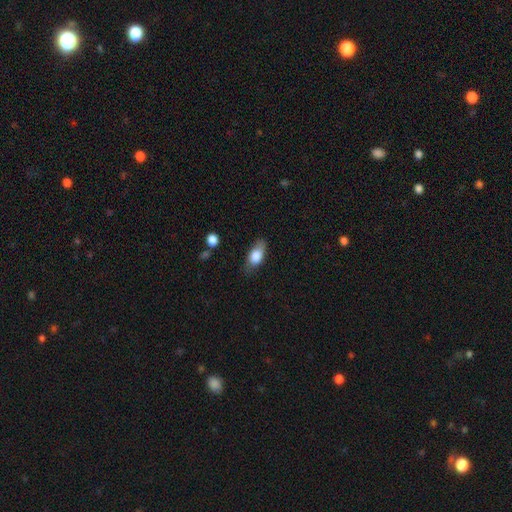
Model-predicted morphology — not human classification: Smooth or featured?
  - smooth: 75% *
  - featured or disk: 18%
  - star or artifact: 7%
How rounded?
  - in between: 83% *
  - cigar-shaped: 11%
  - round: 6%
Merging?
  - none: 70% *
  - minor disturbance: 22%
  - major disturbance: 6%
  - merger: 2%